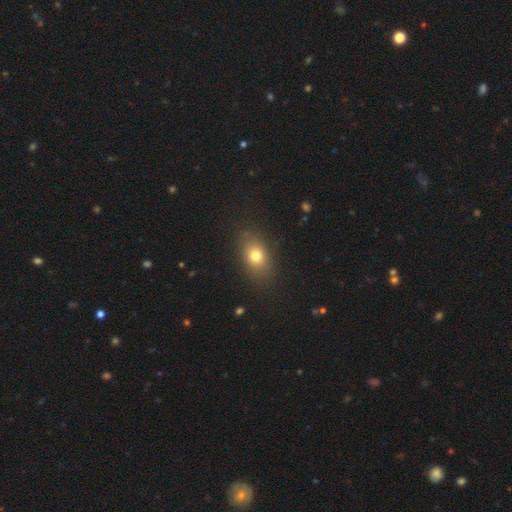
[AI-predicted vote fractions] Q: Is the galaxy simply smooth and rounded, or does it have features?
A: smooth — 75%.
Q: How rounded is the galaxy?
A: in between — 73%.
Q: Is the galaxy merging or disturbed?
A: none — 84%.